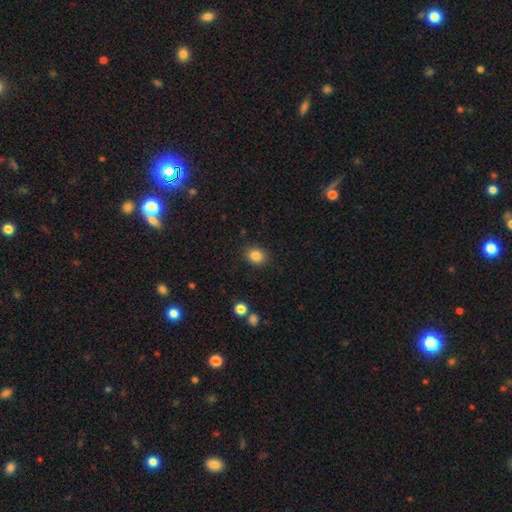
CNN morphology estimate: Smooth or featured? smooth (85%)
How rounded? round (55%)
Merging? none (87%)